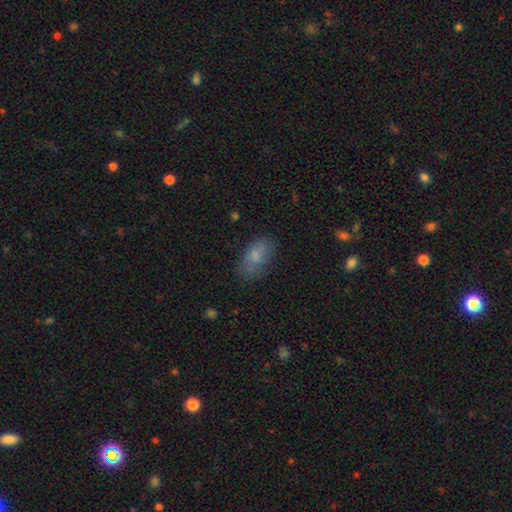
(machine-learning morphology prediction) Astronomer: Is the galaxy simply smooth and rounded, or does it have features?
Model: smooth — 77%.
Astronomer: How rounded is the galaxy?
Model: in between — 91%.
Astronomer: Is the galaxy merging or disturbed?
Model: none — 65%.